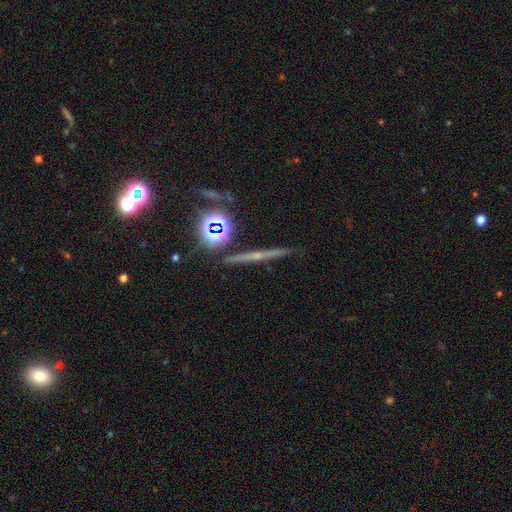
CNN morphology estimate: smooth_or_featured: featured or disk (p=0.62) [alt: star or artifact p=0.21]
disk_edge_on: yes (p=0.96) [alt: no p=0.04]
edge_on_bulge: rounded (p=0.64) [alt: none p=0.28]
merging: none (p=0.88) [alt: minor disturbance p=0.07]